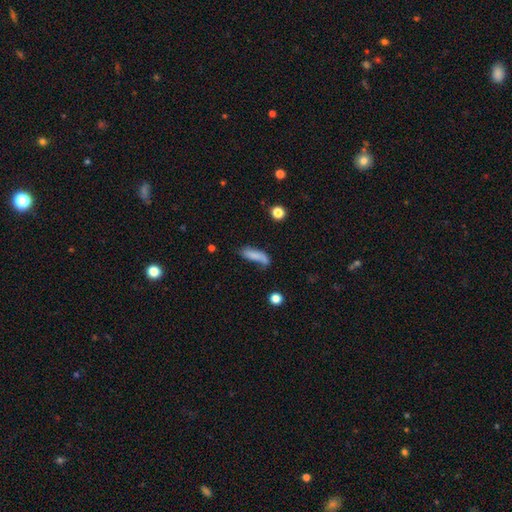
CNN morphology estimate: smooth 77%, featured or disk 14%, star or artifact 9%. Down the decision tree: how rounded — cigar-shaped (54%); merging — none (46%).